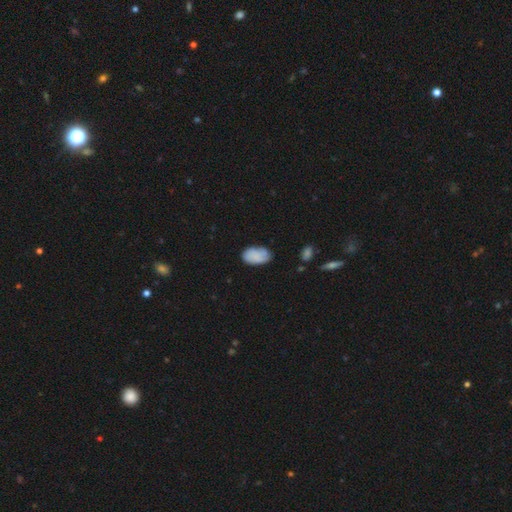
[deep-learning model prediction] smooth-or-featured: smooth: 76% | featured or disk: 16% | star or artifact: 8%
  how-rounded: in between: 93% | round: 5% | cigar-shaped: 2%
  merging: none: 68% | minor disturbance: 25% | major disturbance: 6% | merger: 2%